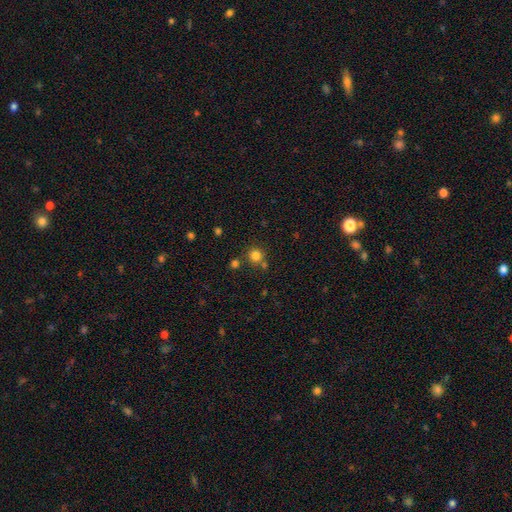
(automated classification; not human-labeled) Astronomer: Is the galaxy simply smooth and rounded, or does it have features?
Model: smooth — 80%.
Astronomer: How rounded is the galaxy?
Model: round — 93%.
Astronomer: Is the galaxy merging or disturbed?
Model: none — 73%.